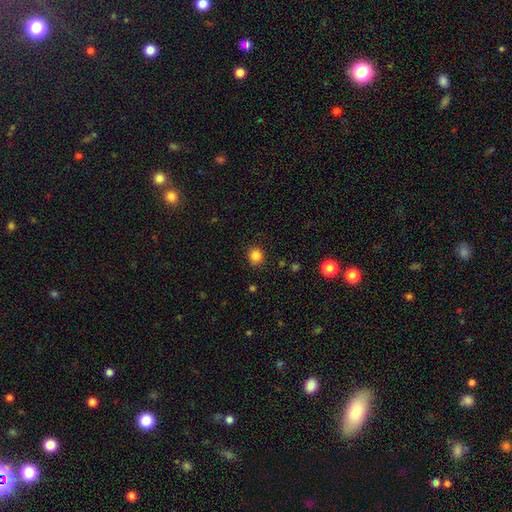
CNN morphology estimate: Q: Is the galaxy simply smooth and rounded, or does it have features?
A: smooth — 85%.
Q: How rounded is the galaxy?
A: round — 82%.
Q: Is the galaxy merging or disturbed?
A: none — 87%.